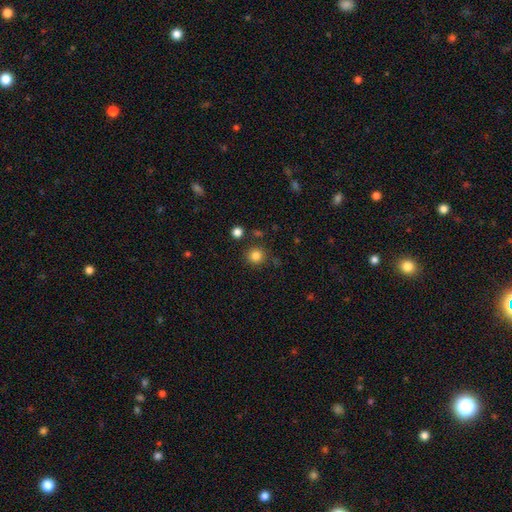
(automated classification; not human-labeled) Q: Smooth or featured?
A: smooth (83%); runner-up: star or artifact (12%)
Q: How rounded?
A: round (93%); runner-up: in between (6%)
Q: Merging?
A: none (85%); runner-up: minor disturbance (8%)